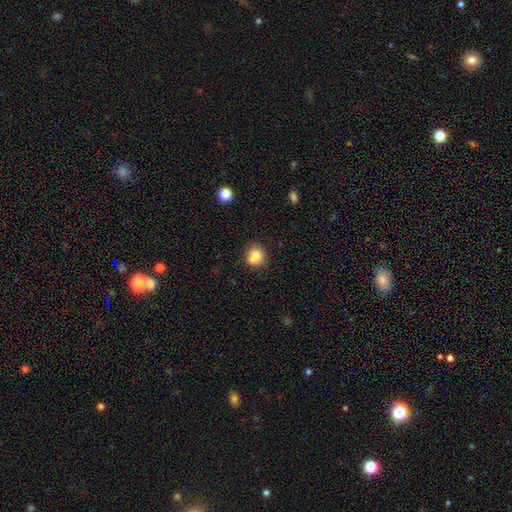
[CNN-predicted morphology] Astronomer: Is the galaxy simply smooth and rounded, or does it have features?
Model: smooth — 77%.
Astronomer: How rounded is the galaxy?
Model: round — 81%.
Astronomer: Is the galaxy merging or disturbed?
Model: none — 59%.